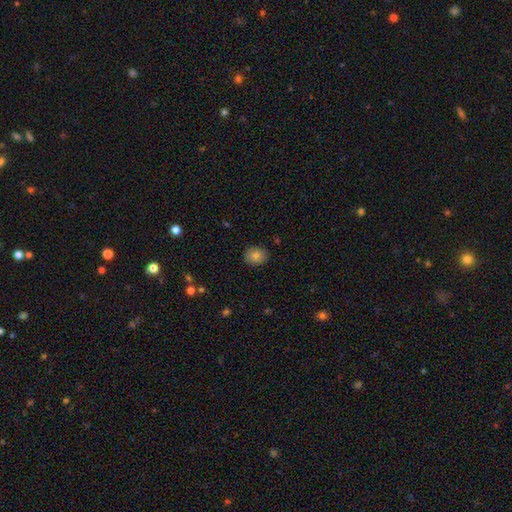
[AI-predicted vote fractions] This is clearly a smooth galaxy (80%). How rounded: likely round (60%). Merging: clearly none (87%).